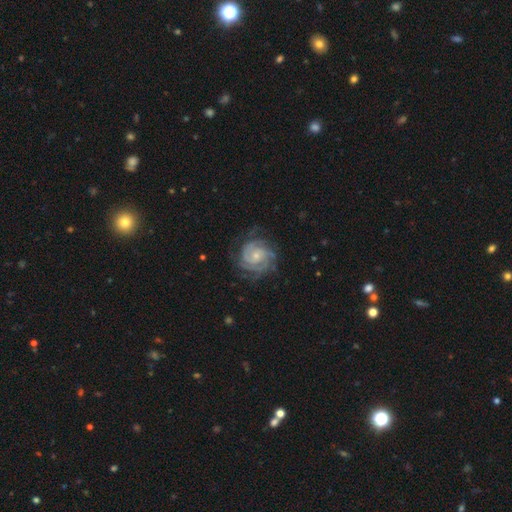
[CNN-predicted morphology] The model was most divided on "spiral arm count": 3: 32%, 2: 20%, 4: 19%, can't tell: 16%, more than 4: 7%, 1: 6%. More confident: spiral arms — yes (98%); edge-on disk — no (98%); smooth or featured — featured or disk (90%); spiral winding — tight (75%); merging — none (74%); bar — no (71%); bulge size — small (68%).